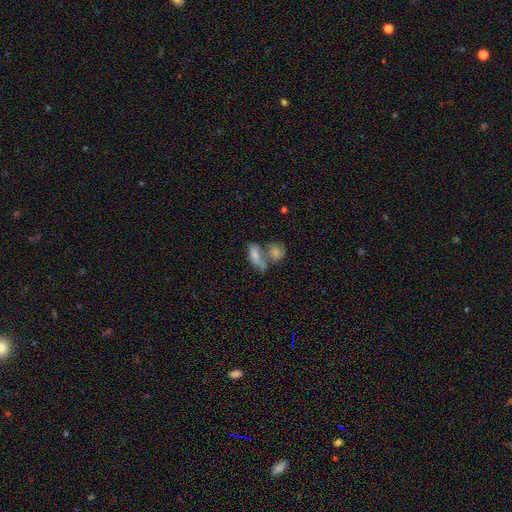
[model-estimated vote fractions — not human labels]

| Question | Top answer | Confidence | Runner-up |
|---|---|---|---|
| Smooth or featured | smooth | 71% | featured or disk (19%) |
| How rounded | in between | 77% | cigar-shaped (16%) |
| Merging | merger | 56% | none (25%) |